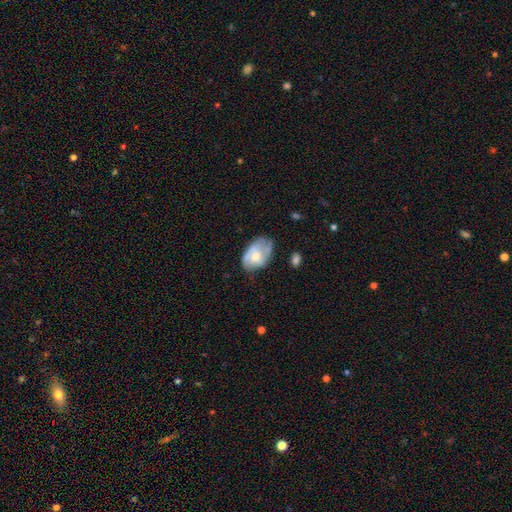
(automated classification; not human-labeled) Smooth or featured: featured or disk — 52% (smooth — 41%)
Edge-on disk: no — 96% (yes — 4%)
Merging: none — 45% (minor disturbance — 34%)